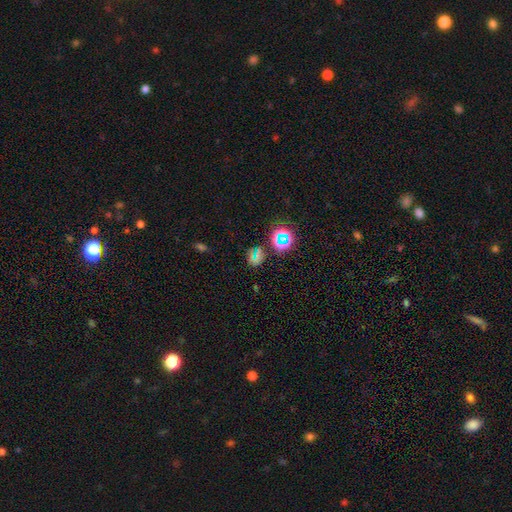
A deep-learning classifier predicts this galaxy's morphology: Smooth or featured? Predicted: star or artifact (p=0.51).